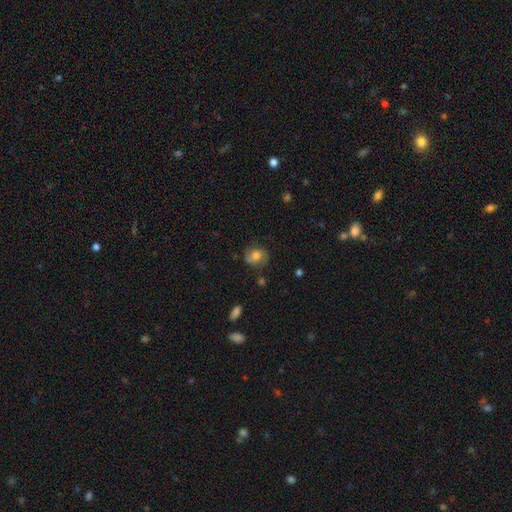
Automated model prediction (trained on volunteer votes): smooth 63%, featured or disk 27%, star or artifact 10%. Down the decision tree: how rounded — round (70%); merging — none (73%).